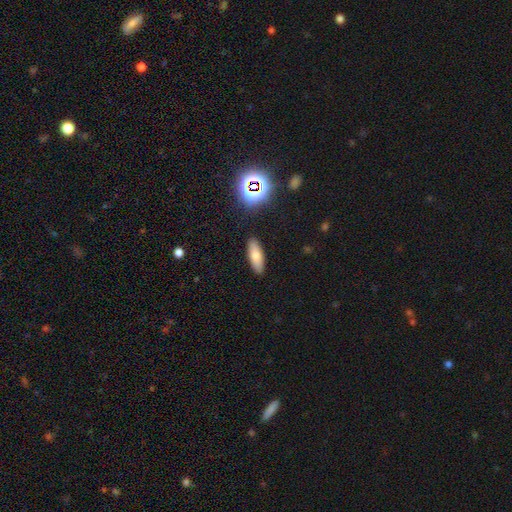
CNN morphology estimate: A smooth galaxy with no disk features (73%) that is in between round and cigar-shaped (58%). Merging: none (89%).